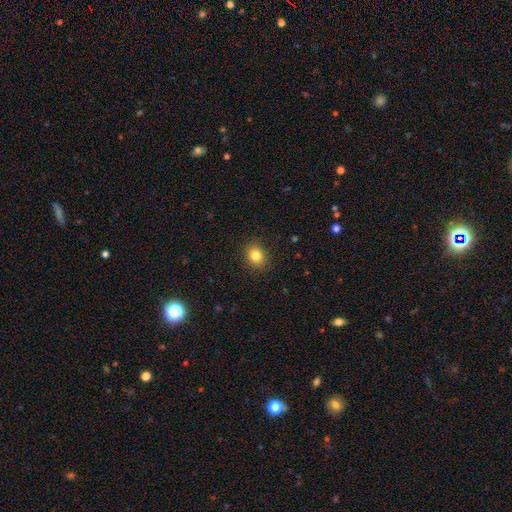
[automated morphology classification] type=smooth (83%); roundness=round (65%); merging=none (90%).